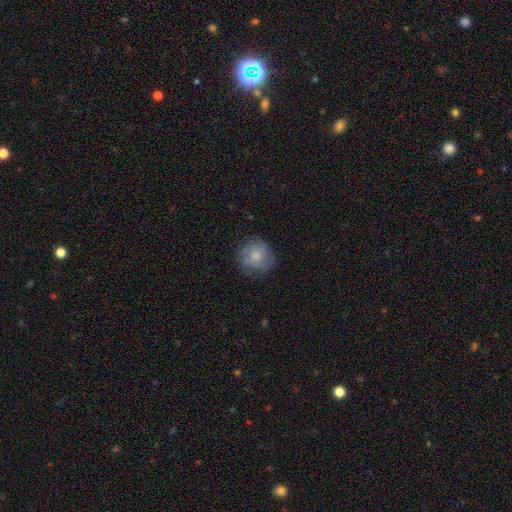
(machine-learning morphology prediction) Q: Smooth or featured?
A: smooth (68%); runner-up: featured or disk (24%)
Q: How rounded?
A: round (87%); runner-up: in between (12%)
Q: Merging?
A: none (72%); runner-up: minor disturbance (19%)